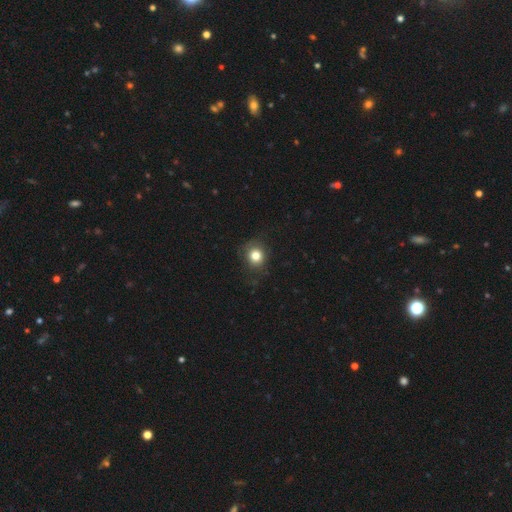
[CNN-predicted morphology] Overall: smooth (80%). How rounded: round (84%). Merging: none (82%).